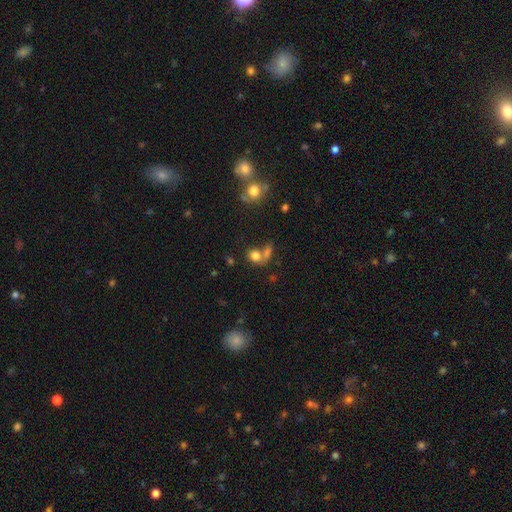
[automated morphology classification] This appears to be a smooth galaxy with no disk features (78%) that is round (61%). Merging: none (45%).